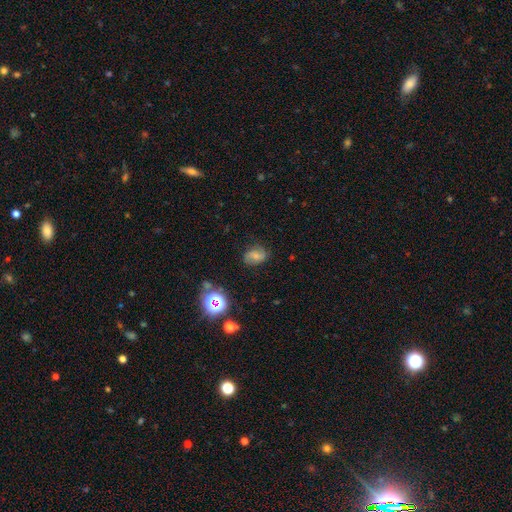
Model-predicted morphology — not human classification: smooth_or_featured: featured or disk (p=0.43) [alt: smooth p=0.42]
merging: none (p=0.73) [alt: minor disturbance p=0.19]